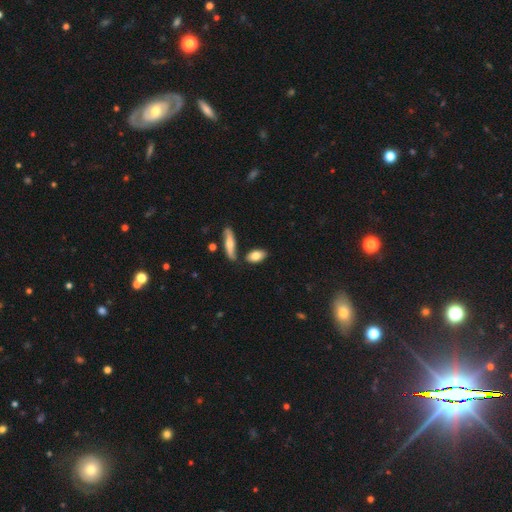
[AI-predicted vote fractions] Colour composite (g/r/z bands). It shows a smooth galaxy with no disk features (78%) that is in between round and cigar-shaped (84%). Merging: none (71%).